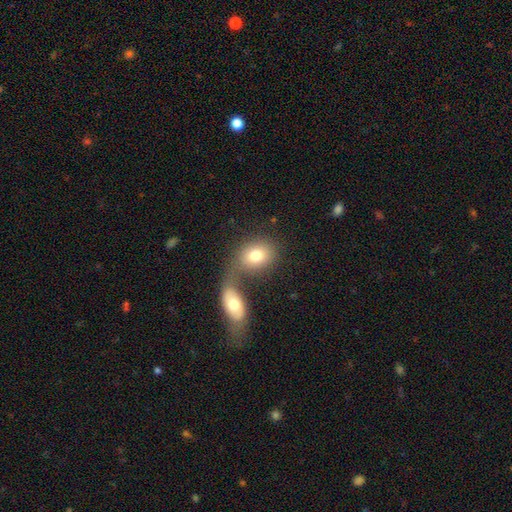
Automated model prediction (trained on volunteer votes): smooth 76%, featured or disk 15%, star or artifact 9%. Down the decision tree: how rounded — in between (61%); merging — merger (49%).